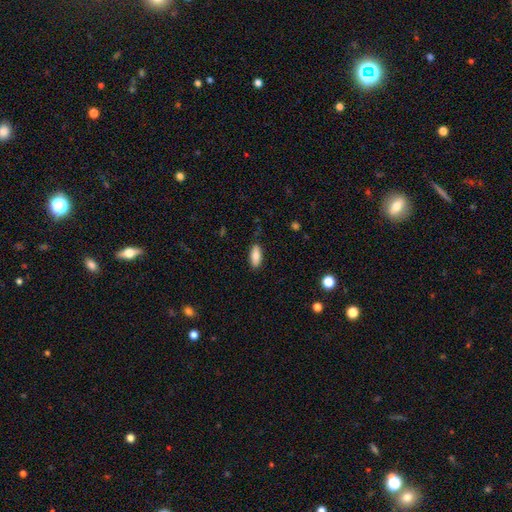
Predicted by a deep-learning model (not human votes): Overall: smooth (82%). How rounded: in between (79%). Merging: none (85%).